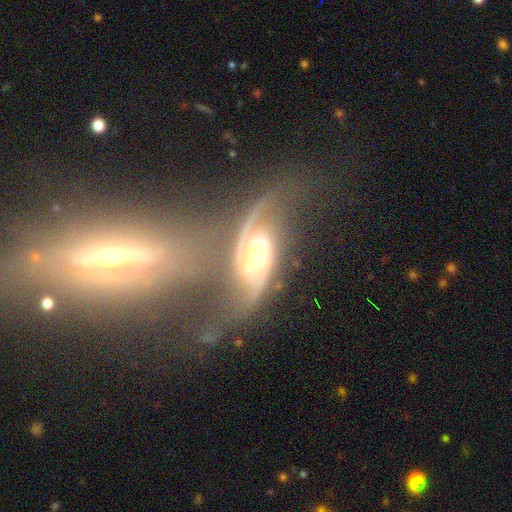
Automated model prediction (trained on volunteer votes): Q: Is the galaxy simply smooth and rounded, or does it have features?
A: featured or disk — 87%.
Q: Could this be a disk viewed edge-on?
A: no — 95%.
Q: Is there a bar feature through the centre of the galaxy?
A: no — 55%.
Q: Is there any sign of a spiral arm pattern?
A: yes — 96%.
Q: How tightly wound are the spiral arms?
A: medium — 43%.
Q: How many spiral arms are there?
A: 2 — 82%.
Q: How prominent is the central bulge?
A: moderate — 54%.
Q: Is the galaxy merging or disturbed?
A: merger — 40%.